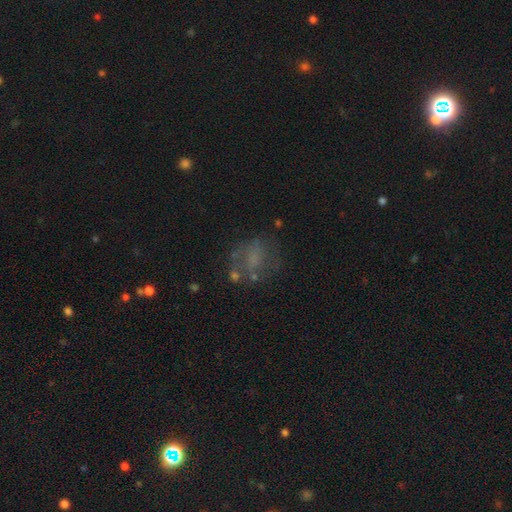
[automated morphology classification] This is marginally a smooth galaxy (45%). Merging: possibly none (51%).